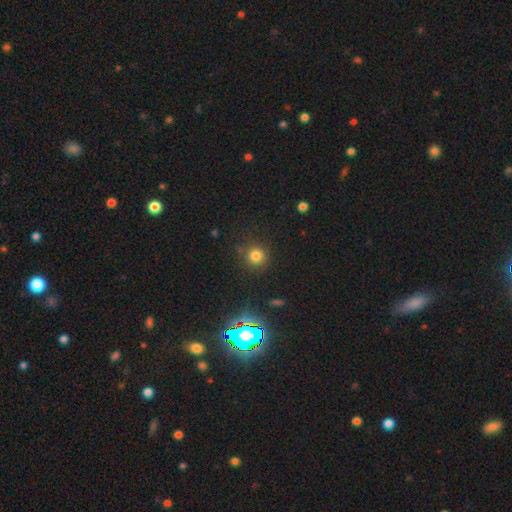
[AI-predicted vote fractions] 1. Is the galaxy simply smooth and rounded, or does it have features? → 75% smooth, 19% star or artifact, 6% featured or disk.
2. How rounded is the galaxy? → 92% round, 7% in between, 1% cigar-shaped.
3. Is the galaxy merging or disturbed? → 84% none, 10% minor disturbance, 4% major disturbance, 2% merger.